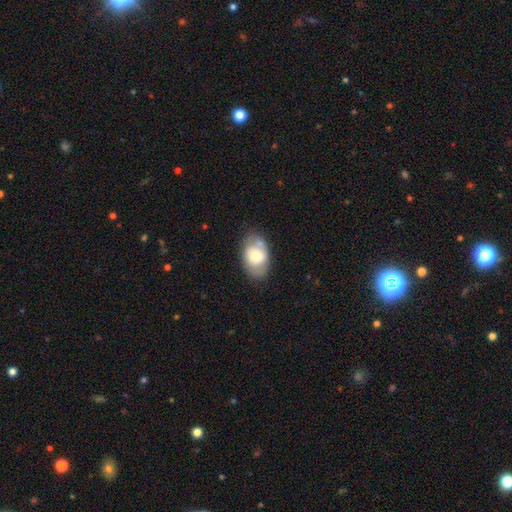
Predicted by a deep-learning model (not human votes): A smooth galaxy with no disk features (63%) that is in between round and cigar-shaped (87%). Merging: none (68%).